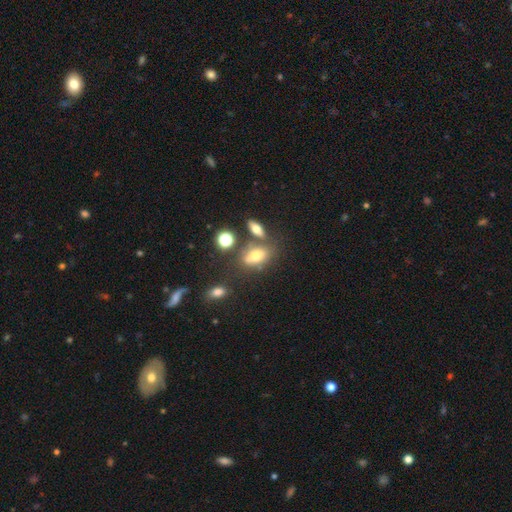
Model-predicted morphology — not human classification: Smooth or featured? smooth (66%)
How rounded? in between (78%)
Merging? none (55%)